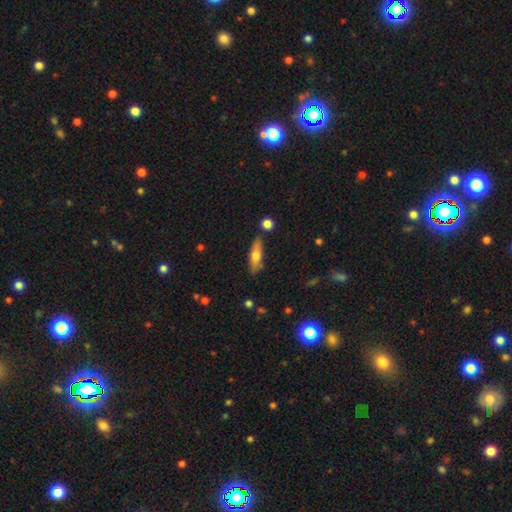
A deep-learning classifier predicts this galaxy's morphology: Smooth or featured: smooth — 58% (featured or disk — 36%)
How rounded: cigar-shaped — 55% (in between — 43%)
Merging: none — 81% (minor disturbance — 12%)